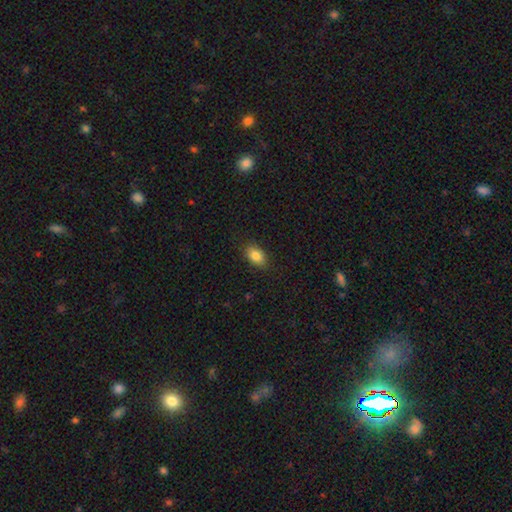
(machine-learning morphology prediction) Q: Smooth or featured?
A: smooth (84%); runner-up: star or artifact (8%)
Q: How rounded?
A: in between (87%); runner-up: round (11%)
Q: Merging?
A: none (87%); runner-up: minor disturbance (10%)